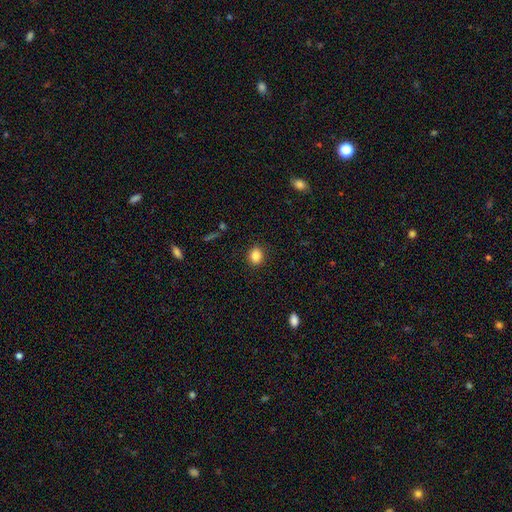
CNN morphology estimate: Overall: smooth (86%). How rounded: round (64%; in between 35%). Merging: none (89%).